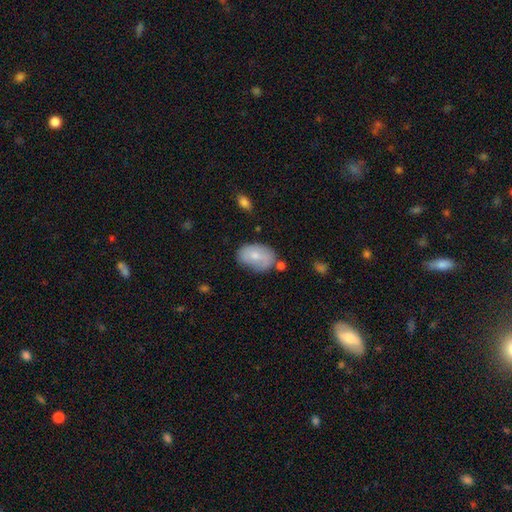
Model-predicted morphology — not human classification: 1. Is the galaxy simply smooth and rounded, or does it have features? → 69% smooth, 25% featured or disk, 7% star or artifact.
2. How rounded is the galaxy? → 85% in between, 14% round, 1% cigar-shaped.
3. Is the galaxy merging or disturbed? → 58% none, 27% minor disturbance, 7% major disturbance, 7% merger.